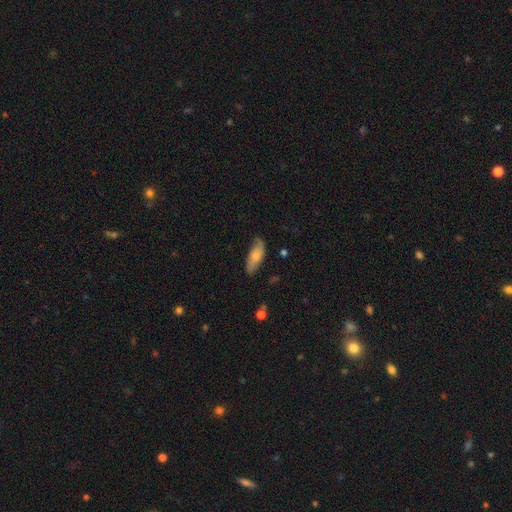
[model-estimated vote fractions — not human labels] Smooth or featured: smooth — 63% (featured or disk — 31%)
How rounded: in between — 73% (cigar-shaped — 24%)
Merging: none — 68% (minor disturbance — 25%)